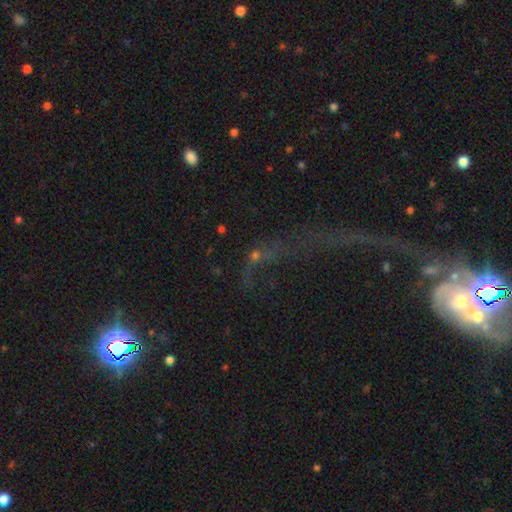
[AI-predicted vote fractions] Q: Smooth or featured?
A: star or artifact (36%); runner-up: featured or disk (32%)